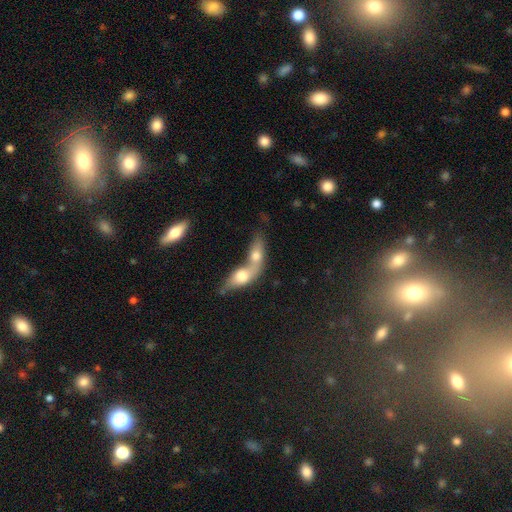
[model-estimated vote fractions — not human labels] Q: Smooth or featured?
A: smooth (65%); runner-up: featured or disk (28%)
Q: How rounded?
A: in between (72%); runner-up: cigar-shaped (18%)
Q: Merging?
A: merger (79%); runner-up: none (13%)